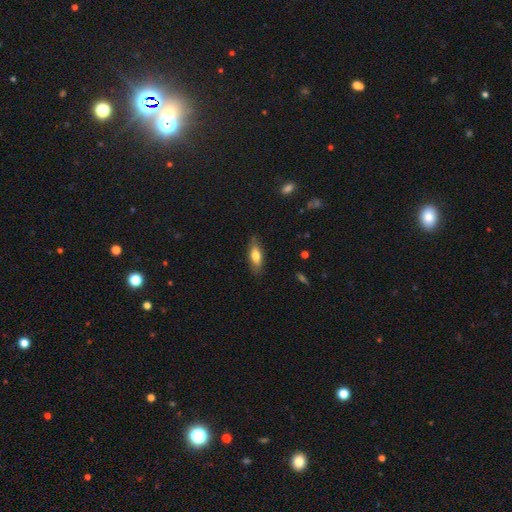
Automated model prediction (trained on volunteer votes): Smooth or featured? Predicted: smooth (p=0.73). How rounded? Predicted: in between (p=0.70). Merging? Predicted: none (p=0.82).